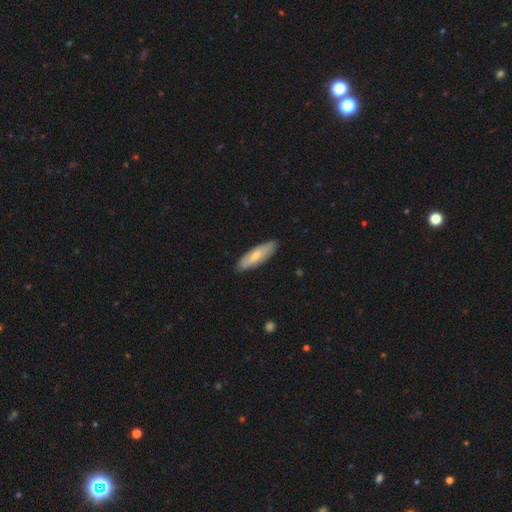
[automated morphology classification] Smooth or featured? smooth (62%)
How rounded? in between (55%)
Merging? none (86%)